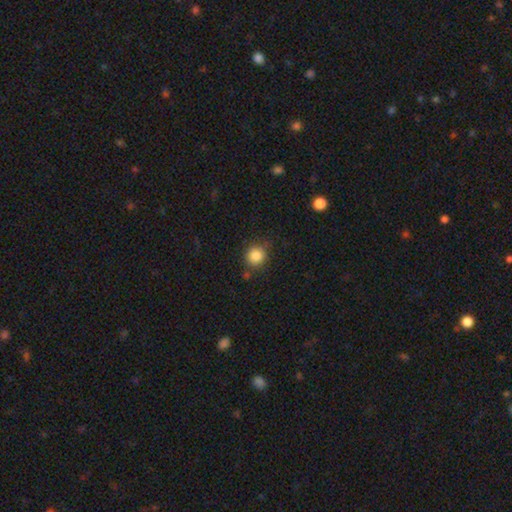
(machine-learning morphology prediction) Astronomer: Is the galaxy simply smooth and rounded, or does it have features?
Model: smooth — 85%.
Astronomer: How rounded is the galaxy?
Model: round — 89%.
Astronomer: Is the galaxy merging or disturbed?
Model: none — 80%.